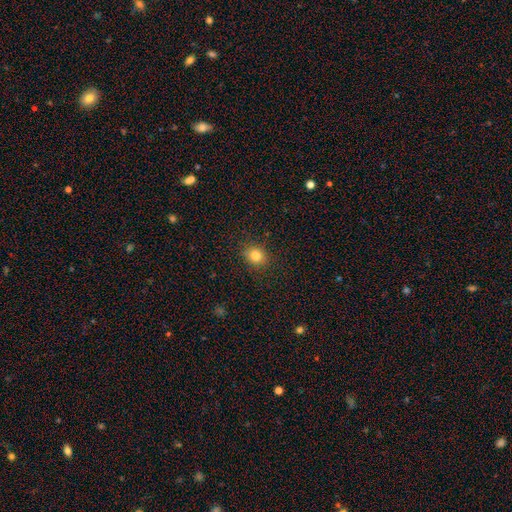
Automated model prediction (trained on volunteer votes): A smooth galaxy with no disk features (82%) that is round (70%).

Vote fractions:
- Smooth or featured? smooth: 82% / star or artifact: 12% / featured or disk: 6%
- How rounded? round: 70% / in between: 29% / cigar-shaped: 1%
- Merging? none: 86% / minor disturbance: 10% / major disturbance: 3% / merger: 1%